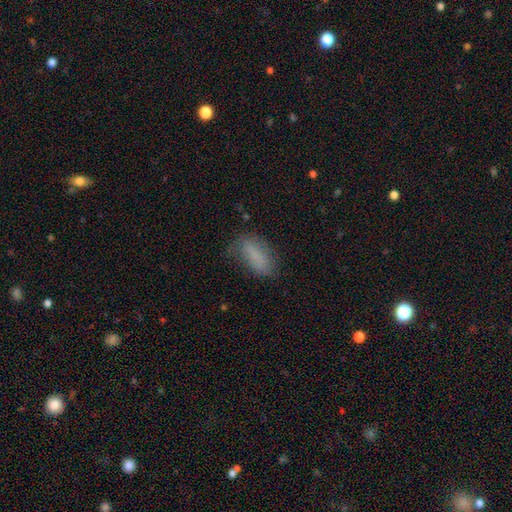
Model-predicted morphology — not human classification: The model was most divided on "merging": none: 53%, minor disturbance: 29%, major disturbance: 16%, merger: 2%. More confident: how rounded — in between (86%); smooth or featured — smooth (75%).